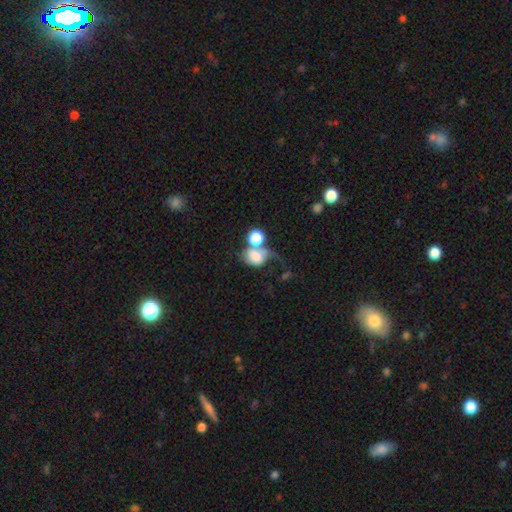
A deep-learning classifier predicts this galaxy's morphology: Smooth or featured? smooth (65%)
How rounded? in between (53%)
Merging? merger (46%)